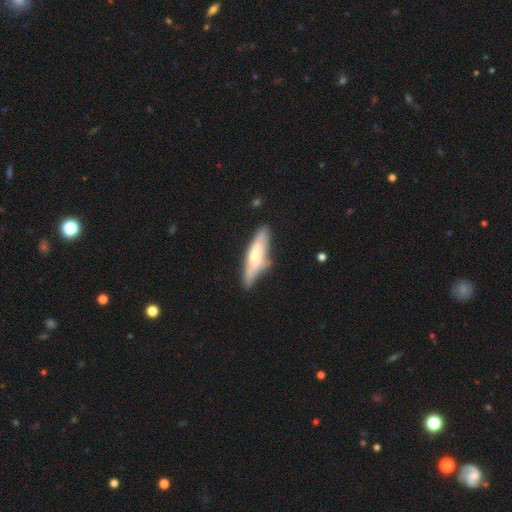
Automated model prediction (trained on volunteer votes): Smooth or featured: smooth — 53% (featured or disk — 41%)
How rounded: cigar-shaped — 63% (in between — 36%)
Merging: none — 64% (minor disturbance — 25%)